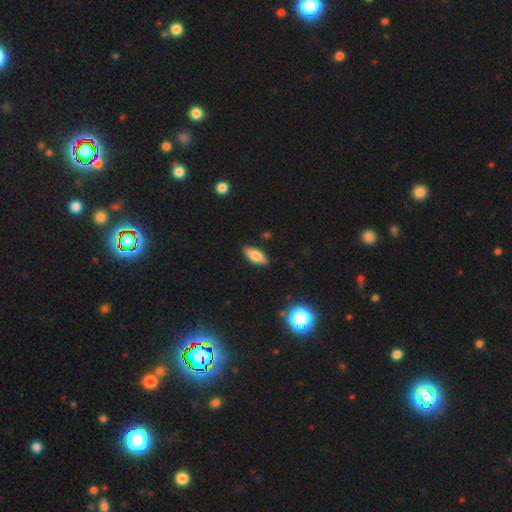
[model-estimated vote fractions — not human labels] smooth 75%, featured or disk 17%, star or artifact 8%. Down the decision tree: how rounded — in between (72%); merging — none (87%).